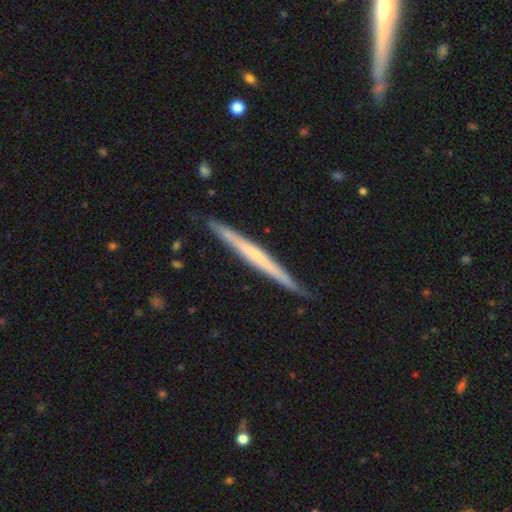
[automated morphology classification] This appears to be a featured or disk galaxy (59%) viewed edge-on (97%) with no central bulge (72%). Merging: none (86%).